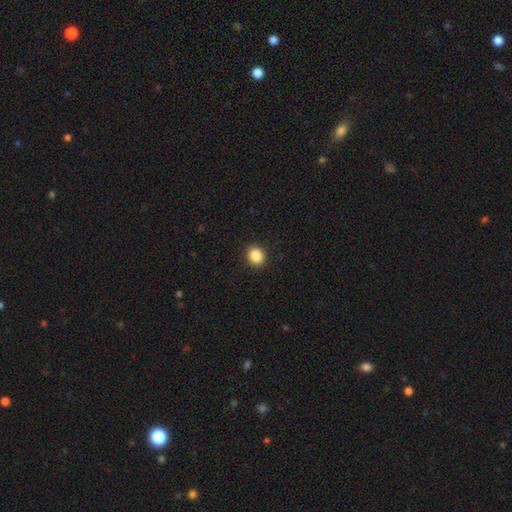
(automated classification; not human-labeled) smooth 88%, star or artifact 9%, featured or disk 3%. Down the decision tree: how rounded — round (70%); merging — none (92%).